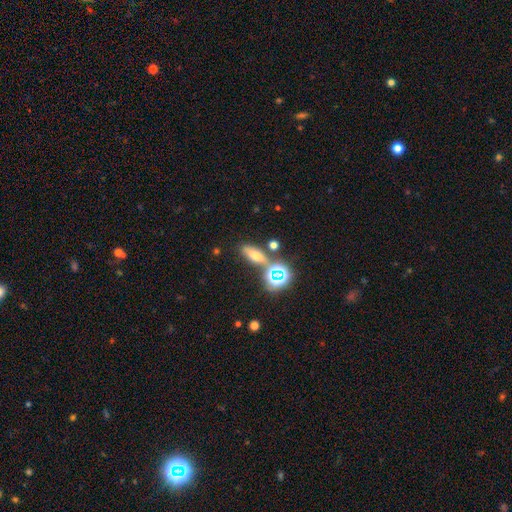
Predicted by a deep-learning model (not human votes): Overall: smooth (53%; star or artifact 29%). How rounded: in between (47%; cigar-shaped 35%). Merging: none (68%).